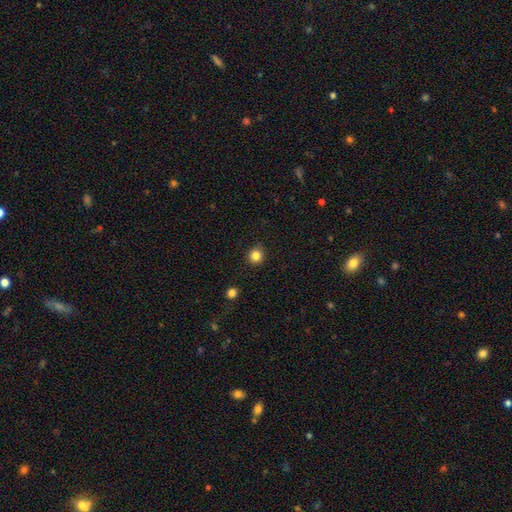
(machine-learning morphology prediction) The model was most divided on "smooth or featured": smooth: 84%, star or artifact: 12%, featured or disk: 5%. More confident: how rounded — round (92%); merging — none (88%).